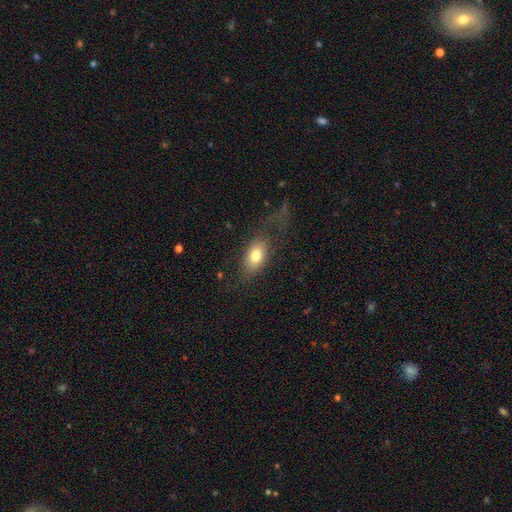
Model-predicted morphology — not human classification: This appears to be a smooth galaxy with no disk features (74%) that is in between round and cigar-shaped (86%). Merging: none (56%).